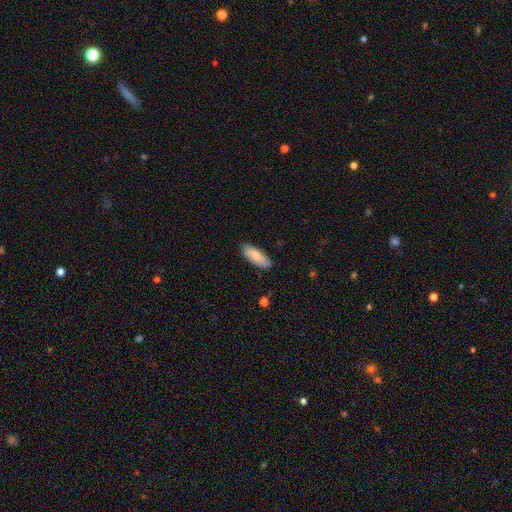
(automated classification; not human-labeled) Morphology: type=smooth (71%); roundness=in between (74%); merging=none (84%).